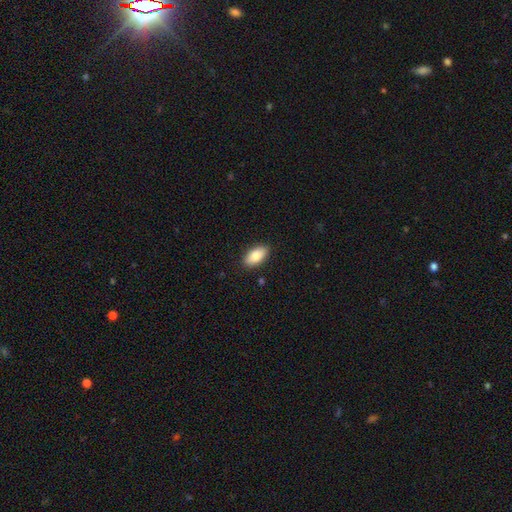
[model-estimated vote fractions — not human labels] Overall: smooth (84%). How rounded: in between (92%). Merging: none (88%).